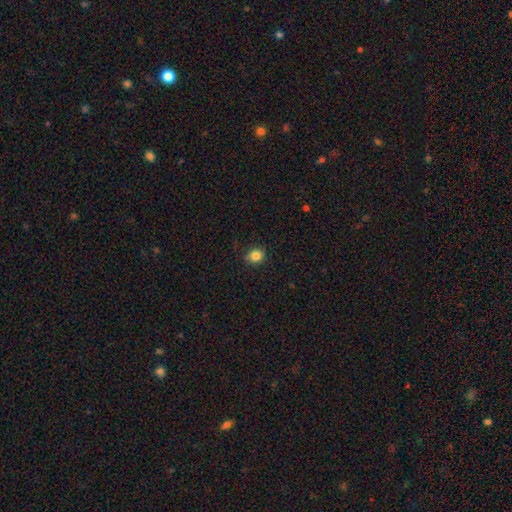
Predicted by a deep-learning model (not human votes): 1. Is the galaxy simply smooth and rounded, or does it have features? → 85% smooth, 11% star or artifact, 5% featured or disk.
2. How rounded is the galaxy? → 70% round, 29% in between, 1% cigar-shaped.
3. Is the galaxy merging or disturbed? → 87% none, 10% minor disturbance, 2% major disturbance, 1% merger.